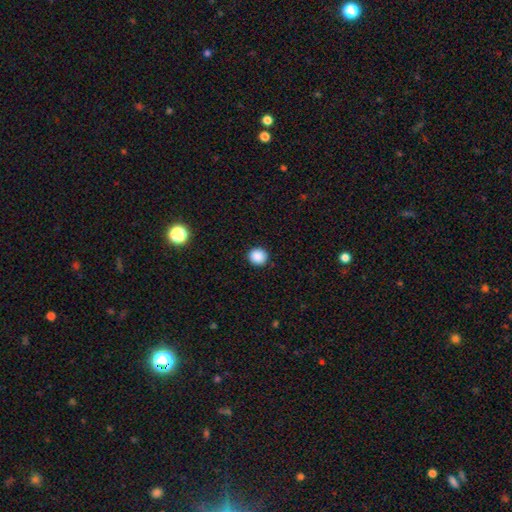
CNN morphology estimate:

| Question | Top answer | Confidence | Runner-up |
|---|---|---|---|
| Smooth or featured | smooth | 88% | star or artifact (9%) |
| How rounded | round | 90% | in between (9%) |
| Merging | none | 92% | minor disturbance (5%) |